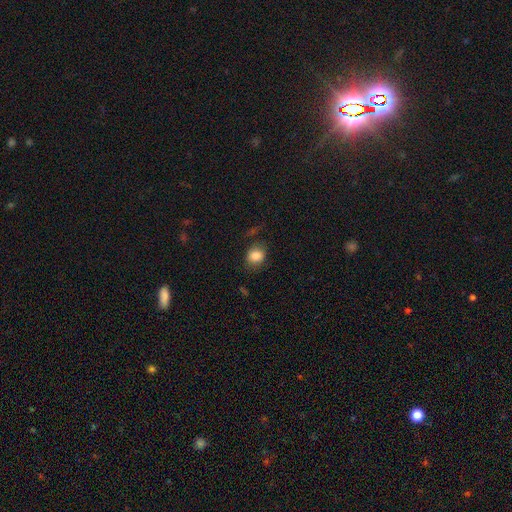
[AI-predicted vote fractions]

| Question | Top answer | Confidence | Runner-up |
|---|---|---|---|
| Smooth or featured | smooth | 84% | star or artifact (9%) |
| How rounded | round | 62% | in between (37%) |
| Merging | none | 73% | minor disturbance (18%) |